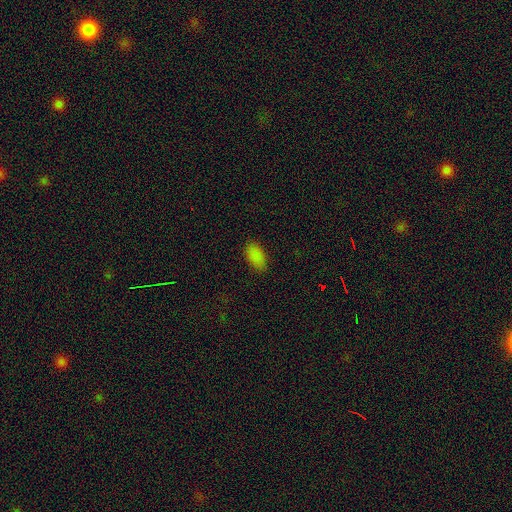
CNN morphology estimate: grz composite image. It shows a smooth galaxy with no disk features (85%) that is in between round and cigar-shaped (94%). Merging: none (83%).